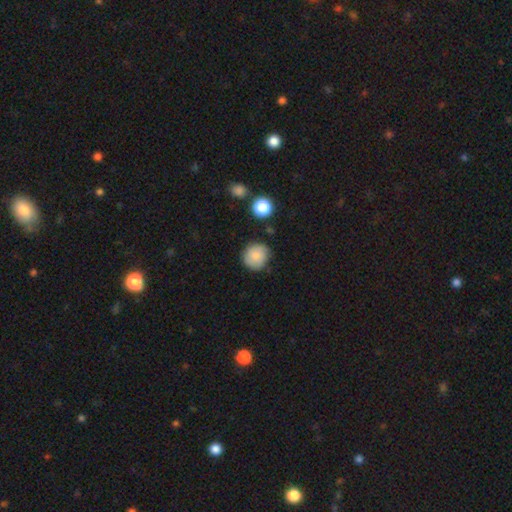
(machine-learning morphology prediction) This is clearly a smooth galaxy (81%). How rounded: clearly round (91%). Merging: likely none (80%).